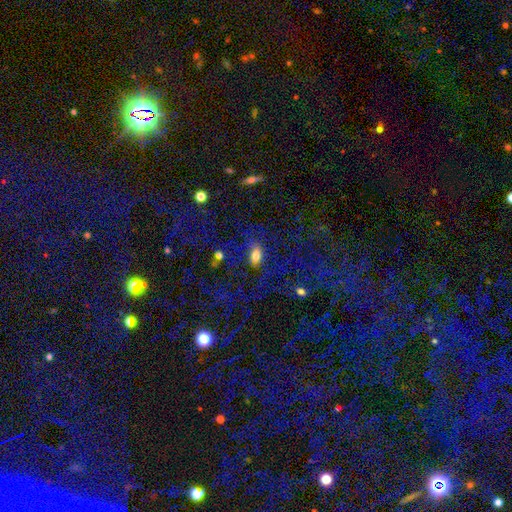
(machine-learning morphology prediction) Smooth or featured?
  - smooth: 65% *
  - featured or disk: 19%
  - star or artifact: 17%
How rounded?
  - in between: 82% *
  - round: 12%
  - cigar-shaped: 6%
Merging?
  - none: 61% *
  - minor disturbance: 18%
  - major disturbance: 17%
  - merger: 4%